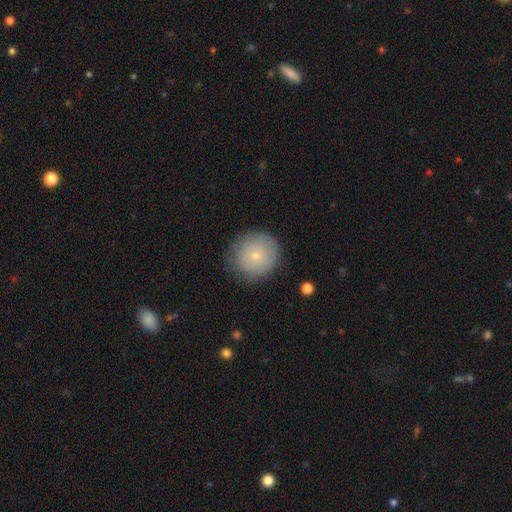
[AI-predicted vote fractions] This is likely a smooth galaxy (73%). How rounded: clearly round (92%). Merging: clearly none (80%).